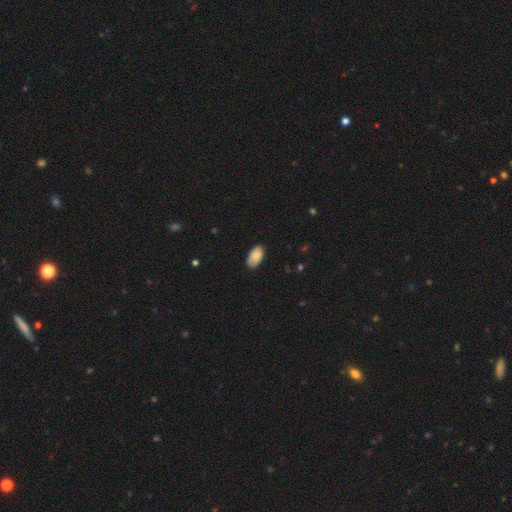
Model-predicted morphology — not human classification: A smooth galaxy with no disk features (87%) that is in between round and cigar-shaped (96%).

Vote fractions:
- Smooth or featured? smooth: 87% / featured or disk: 7% / star or artifact: 6%
- How rounded? in between: 96% / round: 3% / cigar-shaped: 2%
- Merging? none: 84% / minor disturbance: 13% / major disturbance: 2% / merger: 1%